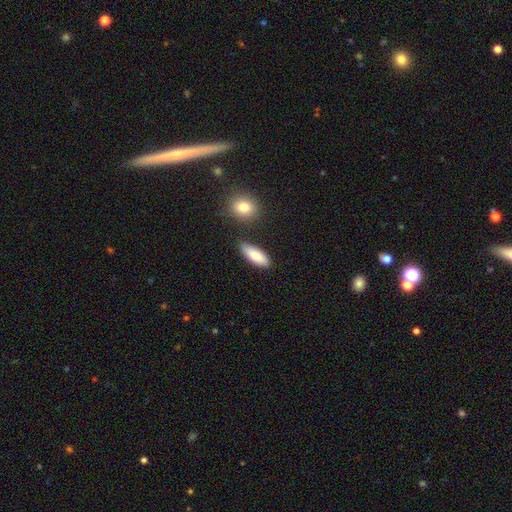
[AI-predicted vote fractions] Smooth or featured? Predicted: smooth (p=0.84). How rounded? Predicted: in between (p=0.69). Merging? Predicted: none (p=0.80).